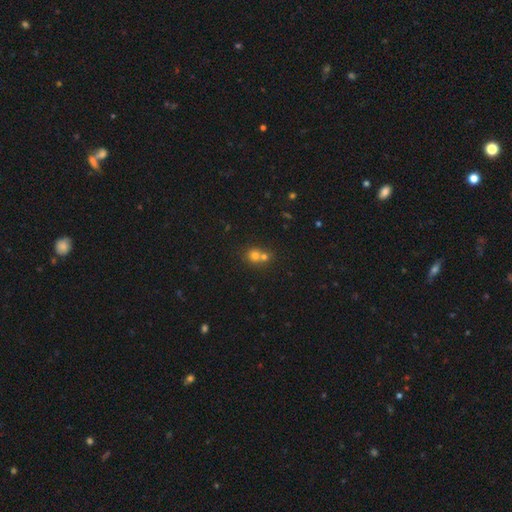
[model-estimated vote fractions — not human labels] The model was most divided on "merging": merger: 53%, none: 40%, minor disturbance: 5%, major disturbance: 2%. More confident: how rounded — round (83%); smooth or featured — smooth (67%).